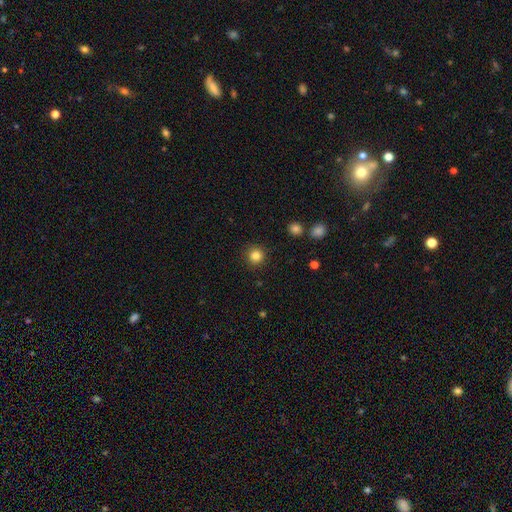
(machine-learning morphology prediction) type=smooth (84%); roundness=round (94%); merging=none (90%).